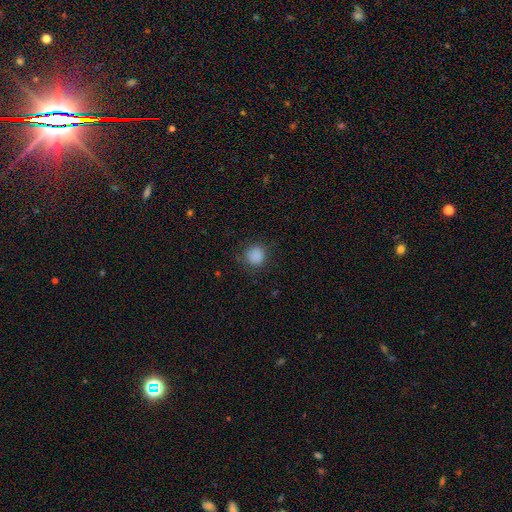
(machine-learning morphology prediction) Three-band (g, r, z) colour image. It shows a smooth galaxy with no disk features (86%) that is round (88%). Merging: none (84%).